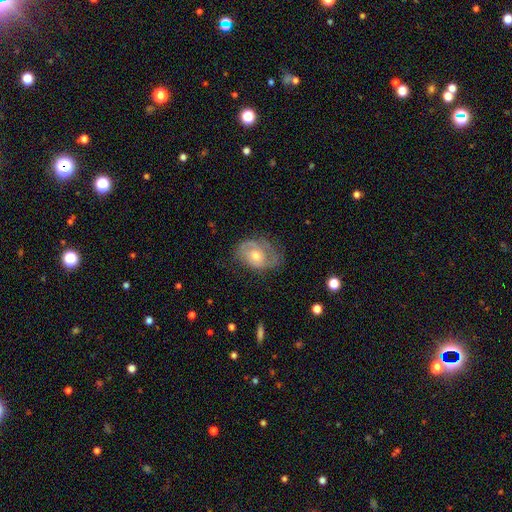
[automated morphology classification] Smooth or featured? featured or disk (67%)
Edge-on disk? no (96%)
Bar? no (73%)
Spiral arms? yes (80%)
Spiral winding? tight (43%)
Spiral arm count? 2 (53%)
Bulge size? moderate (63%)
Merging? none (54%)